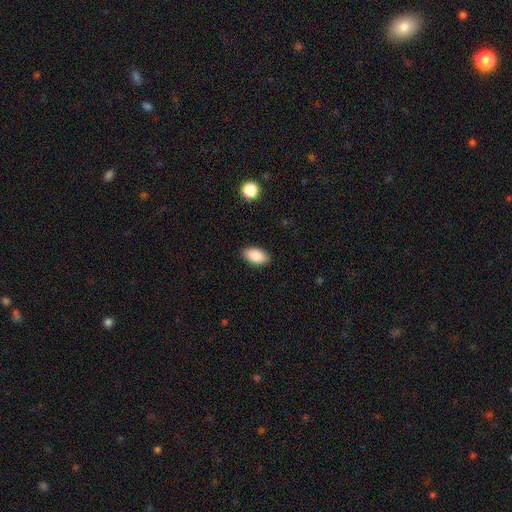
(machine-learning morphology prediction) Smooth or featured: smooth — 87% (star or artifact — 7%)
How rounded: in between — 94% (round — 4%)
Merging: none — 87% (minor disturbance — 9%)